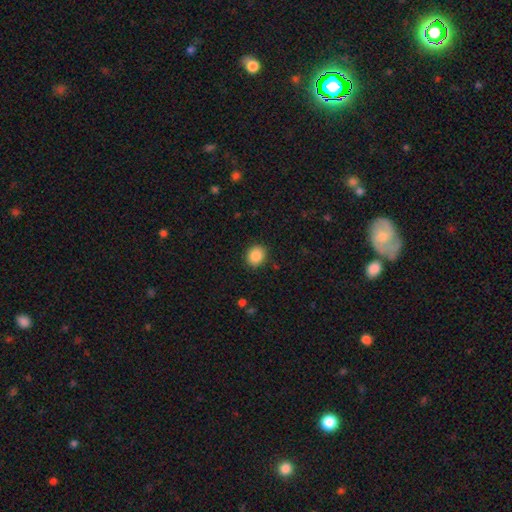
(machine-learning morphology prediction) smooth-or-featured: smooth: 88% | star or artifact: 9% | featured or disk: 3%
  how-rounded: round: 65% | in between: 34% | cigar-shaped: 1%
  merging: none: 88% | minor disturbance: 8% | major disturbance: 3% | merger: 1%